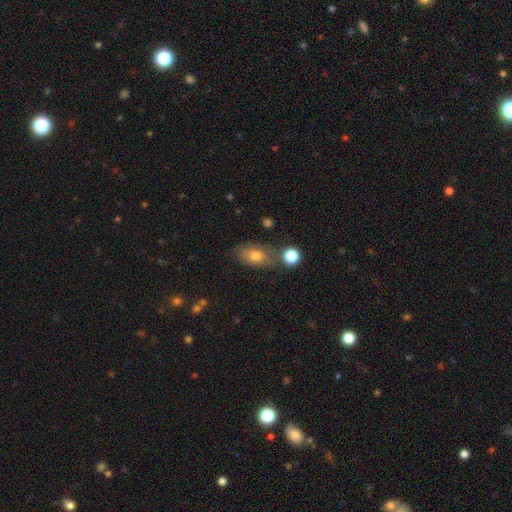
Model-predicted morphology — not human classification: smooth_or_featured: smooth (p=0.73) [alt: featured or disk p=0.18]
how_rounded: in between (p=0.83) [alt: round p=0.15]
merging: none (p=0.59) [alt: minor disturbance p=0.20]